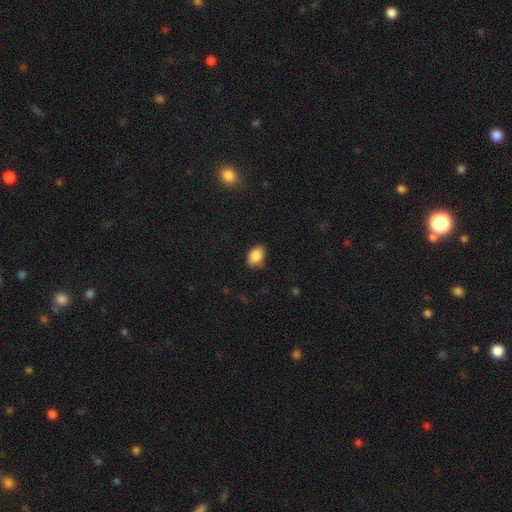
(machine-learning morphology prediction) This is clearly a smooth galaxy (87%). How rounded: clearly in between (84%). Merging: likely none (76%).